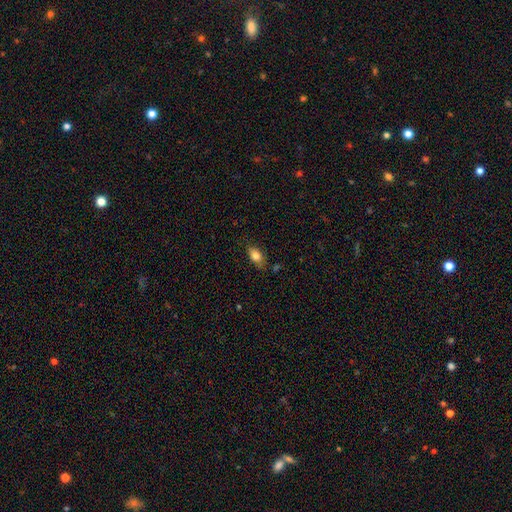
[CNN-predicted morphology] Smooth or featured? smooth (80%)
How rounded? in between (86%)
Merging? none (76%)